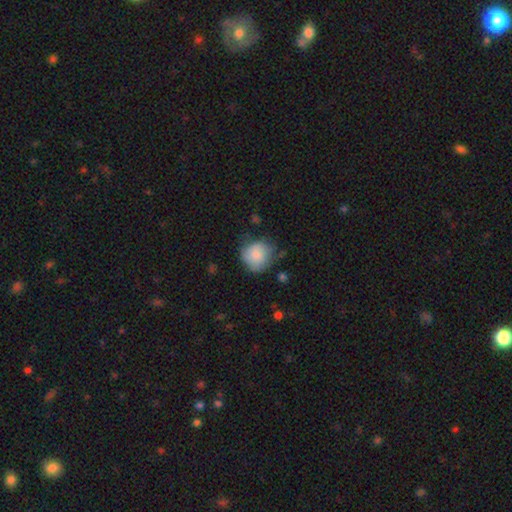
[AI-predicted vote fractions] smooth-or-featured: smooth: 81% | featured or disk: 12% | star or artifact: 7%
  how-rounded: round: 85% | in between: 14% | cigar-shaped: 1%
  merging: none: 59% | minor disturbance: 30% | major disturbance: 9% | merger: 2%